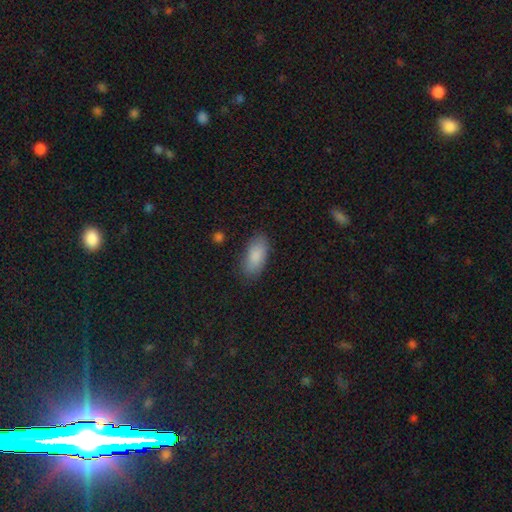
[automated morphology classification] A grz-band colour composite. It shows a smooth galaxy with no disk features (87%) that is in between round and cigar-shaped (89%). Merging: none (82%).